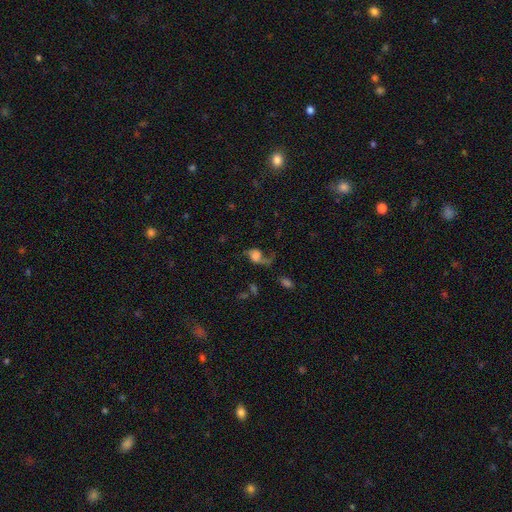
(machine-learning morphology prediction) Overall: featured or disk (61%; smooth 26%). Edge-on disk: no (95%). Bar: no (66%; weak 27%). Spiral arms: yes (89%). Spiral arm count: 2 (78%). Spiral winding: loose (86%). Bulge size: large (35%; none 23%). Merging: none (47%; major disturbance 29%).